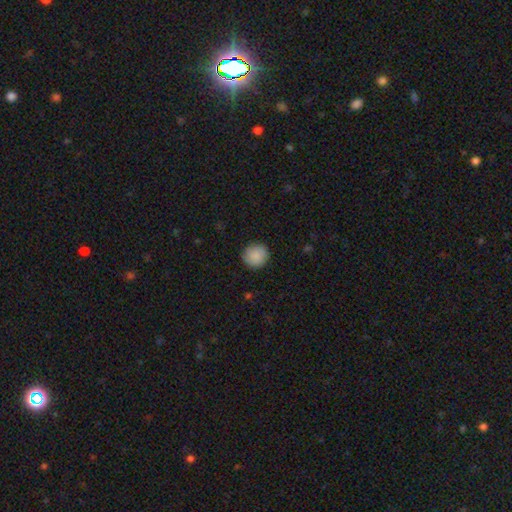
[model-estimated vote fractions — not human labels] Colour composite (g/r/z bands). It shows a smooth galaxy with no disk features (88%) that is round (91%). Merging: none (89%).